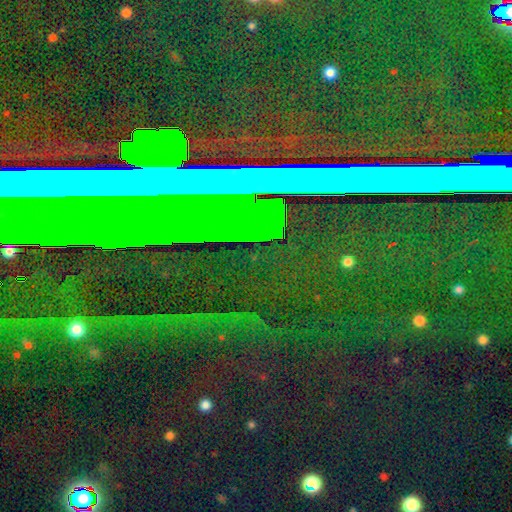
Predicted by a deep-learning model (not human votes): smooth_or_featured: star or artifact (p=0.87) [alt: featured or disk p=0.07]